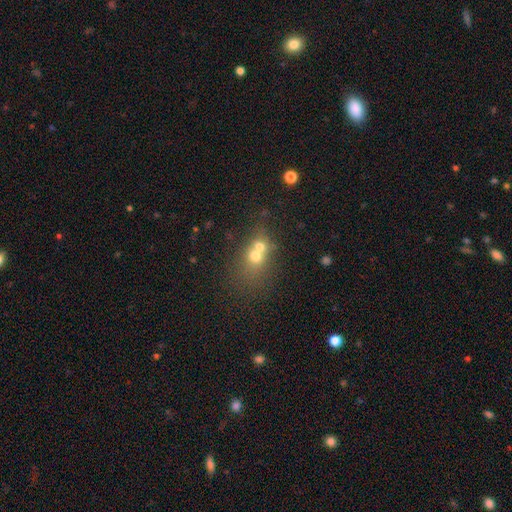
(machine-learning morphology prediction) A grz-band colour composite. It shows a smooth galaxy with no disk features (62%) that is round (60%). Merging: merger (62%).